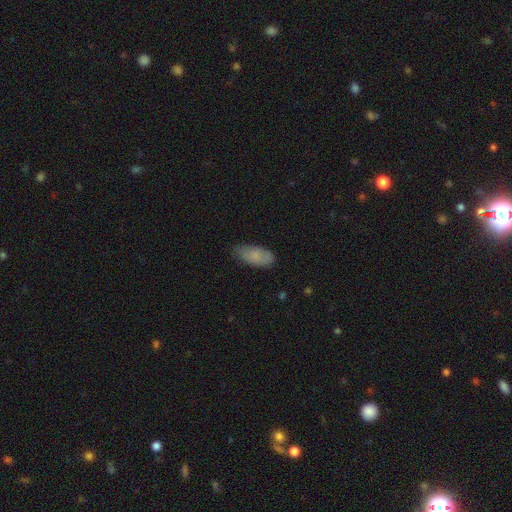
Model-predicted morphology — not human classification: The model was most divided on "merging": none: 66%, minor disturbance: 27%, major disturbance: 5%, merger: 1%. More confident: how rounded — in between (89%); smooth or featured — smooth (79%).